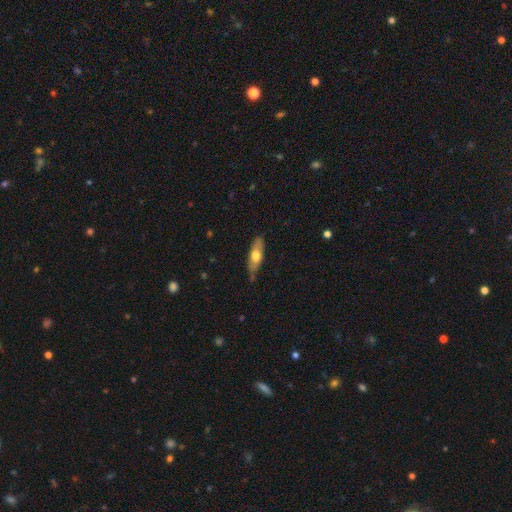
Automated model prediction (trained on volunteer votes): This appears to be a smooth galaxy with no disk features (58%) that is in between round and cigar-shaped (55%). Merging: none (72%).